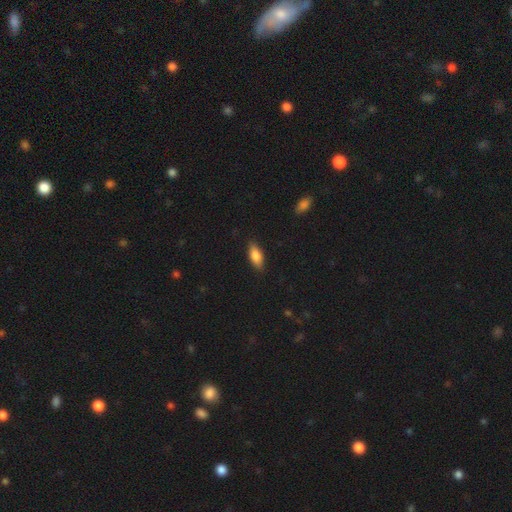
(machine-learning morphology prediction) Smooth or featured? Predicted: smooth (p=0.81). How rounded? Predicted: in between (p=0.78). Merging? Predicted: none (p=0.86).